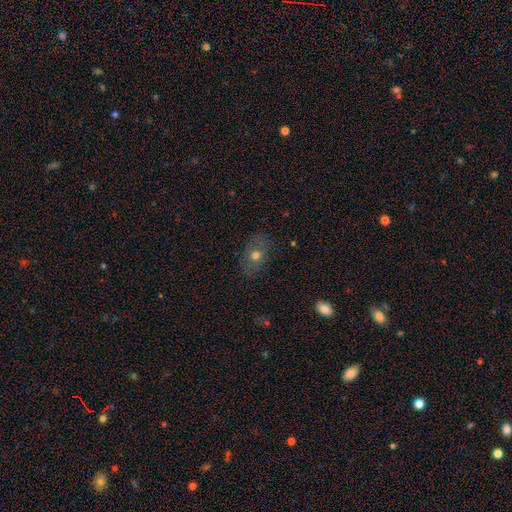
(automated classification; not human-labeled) This is likely a smooth galaxy (63%). How rounded: likely in between (74%). Merging: likely none (78%).